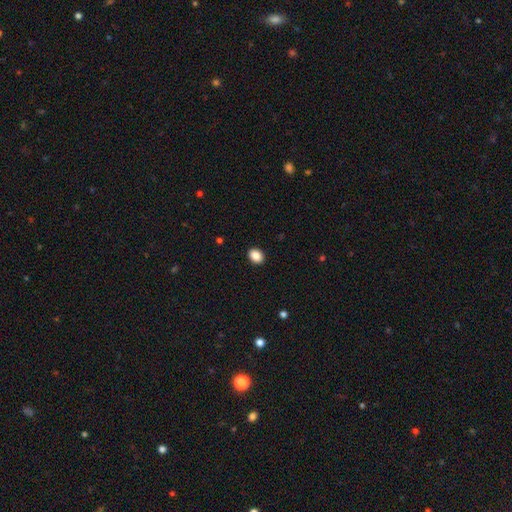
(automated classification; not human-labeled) Smooth or featured? smooth (88%)
How rounded? in between (64%)
Merging? none (91%)